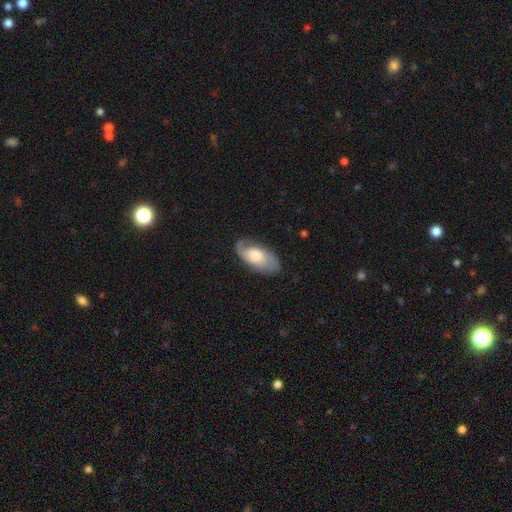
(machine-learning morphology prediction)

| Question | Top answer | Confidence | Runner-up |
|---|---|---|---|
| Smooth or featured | featured or disk | 60% | smooth (35%) |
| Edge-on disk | no | 93% | yes (7%) |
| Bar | no | 67% | weak (27%) |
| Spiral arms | yes | 85% | no (15%) |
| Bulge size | moderate | 41% | large (35%) |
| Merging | none | 74% | minor disturbance (18%) |